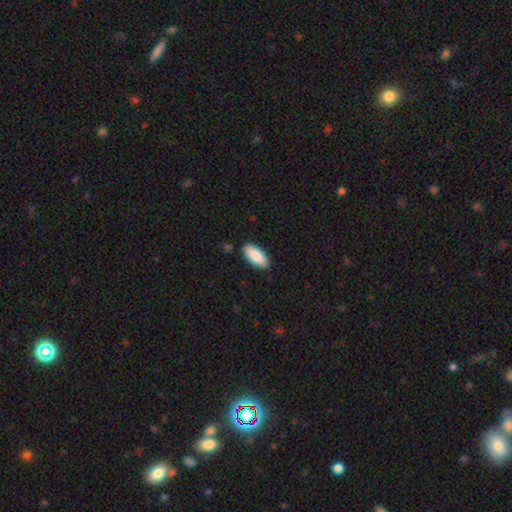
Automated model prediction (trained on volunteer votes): A smooth galaxy with no disk features (89%) that is in between round and cigar-shaped (88%). Merging: none (89%).